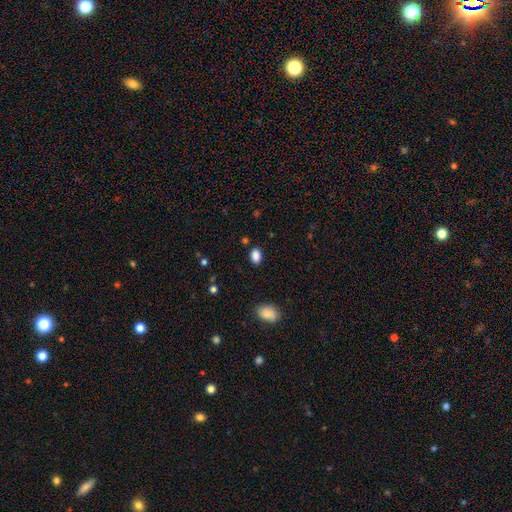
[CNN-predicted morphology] smooth 87%, star or artifact 10%, featured or disk 3%. Down the decision tree: how rounded — in between (81%); merging — none (85%).